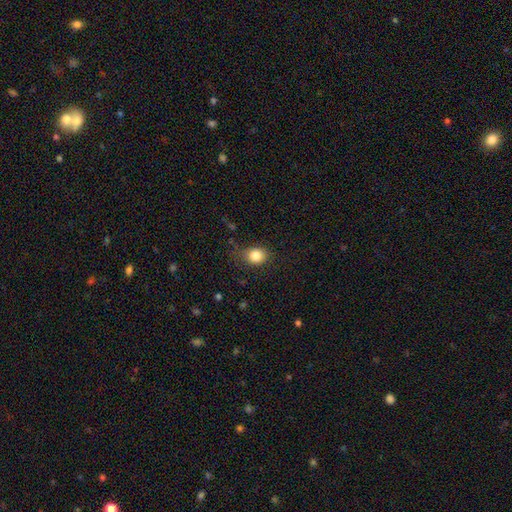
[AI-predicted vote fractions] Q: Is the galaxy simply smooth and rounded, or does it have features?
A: smooth — 83%.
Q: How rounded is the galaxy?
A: round — 58%.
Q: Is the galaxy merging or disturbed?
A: none — 73%.